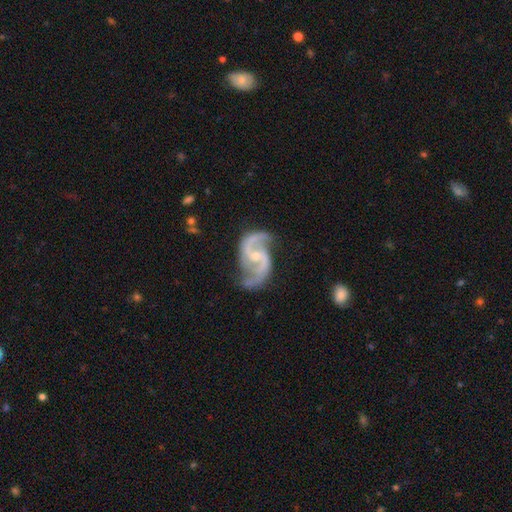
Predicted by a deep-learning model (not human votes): Smooth or featured? featured or disk (93%)
Edge-on disk? no (98%)
Bar? weak (46%)
Spiral arms? yes (98%)
Spiral winding? medium (50%)
Spiral arm count? 2 (93%)
Bulge size? small (62%)
Merging? none (71%)